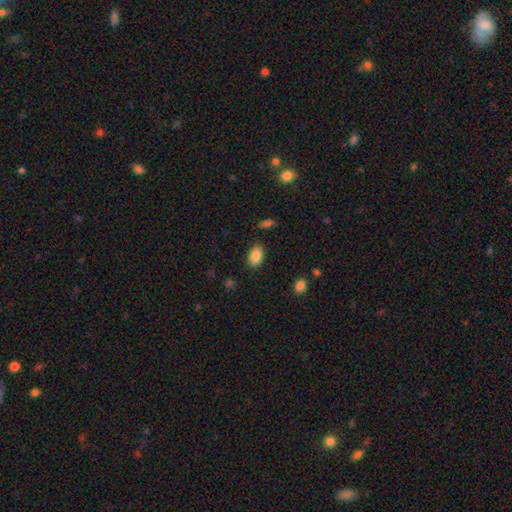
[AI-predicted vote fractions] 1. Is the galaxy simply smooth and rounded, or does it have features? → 87% smooth, 8% star or artifact, 5% featured or disk.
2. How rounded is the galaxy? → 91% in between, 8% round, 2% cigar-shaped.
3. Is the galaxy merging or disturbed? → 85% none, 10% minor disturbance, 3% major disturbance, 2% merger.